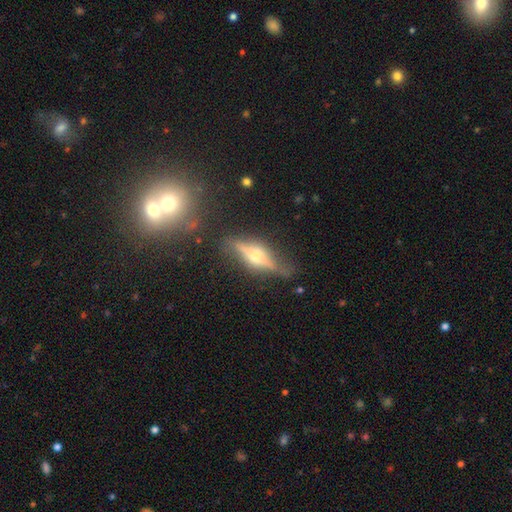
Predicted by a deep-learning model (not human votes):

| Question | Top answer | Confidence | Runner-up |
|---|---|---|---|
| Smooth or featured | featured or disk | 77% | smooth (16%) |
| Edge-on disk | yes | 93% | no (7%) |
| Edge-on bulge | rounded | 92% | boxy (6%) |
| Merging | none | 76% | minor disturbance (15%) |